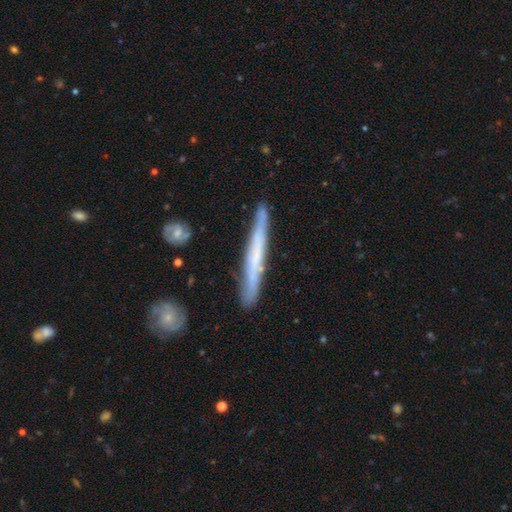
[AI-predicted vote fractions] A featured or disk galaxy (51%) viewed edge-on (90%). Merging: none (86%).